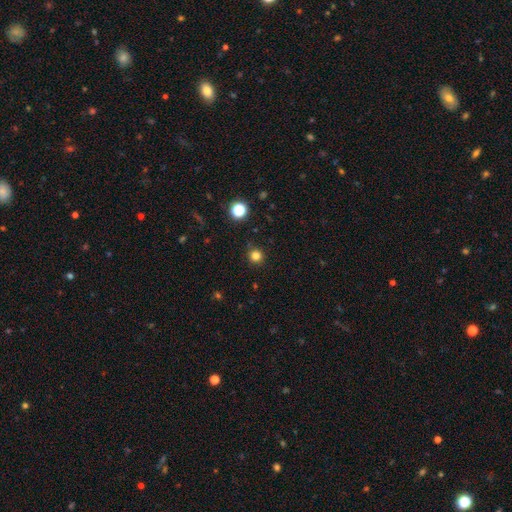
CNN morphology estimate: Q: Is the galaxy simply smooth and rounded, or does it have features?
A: smooth — 80%.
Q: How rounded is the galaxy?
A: round — 94%.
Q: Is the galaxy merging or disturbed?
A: none — 89%.